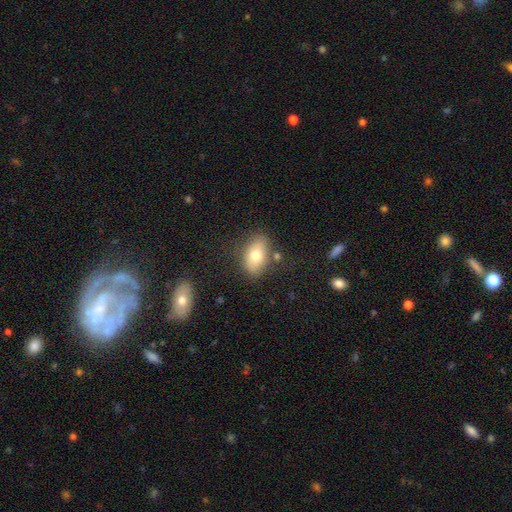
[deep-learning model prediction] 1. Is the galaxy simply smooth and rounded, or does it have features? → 74% smooth, 17% featured or disk, 8% star or artifact.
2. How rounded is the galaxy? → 88% in between, 10% round, 2% cigar-shaped.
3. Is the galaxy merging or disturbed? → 77% none, 14% minor disturbance, 5% merger, 4% major disturbance.